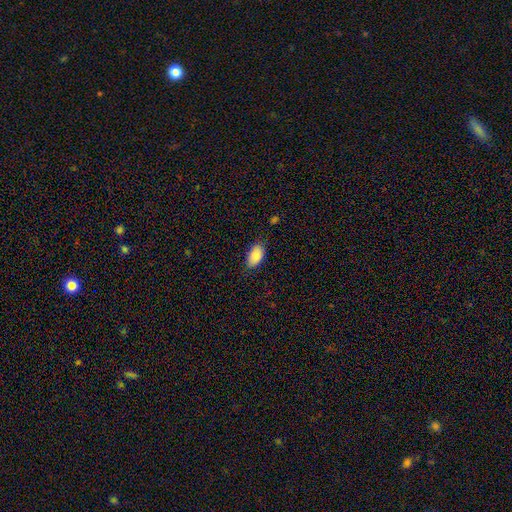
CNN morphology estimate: Smooth or featured?
  - smooth: 86% *
  - star or artifact: 7%
  - featured or disk: 7%
How rounded?
  - in between: 94% *
  - round: 4%
  - cigar-shaped: 2%
Merging?
  - none: 77% *
  - minor disturbance: 19%
  - major disturbance: 3%
  - merger: 1%